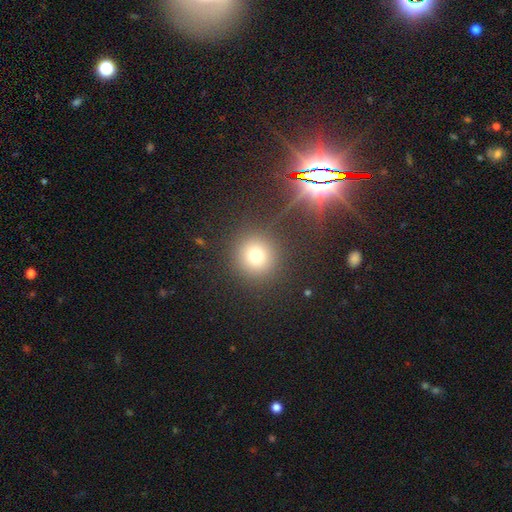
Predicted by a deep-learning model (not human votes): This is likely a smooth galaxy (72%). How rounded: clearly round (93%). Merging: clearly none (88%).